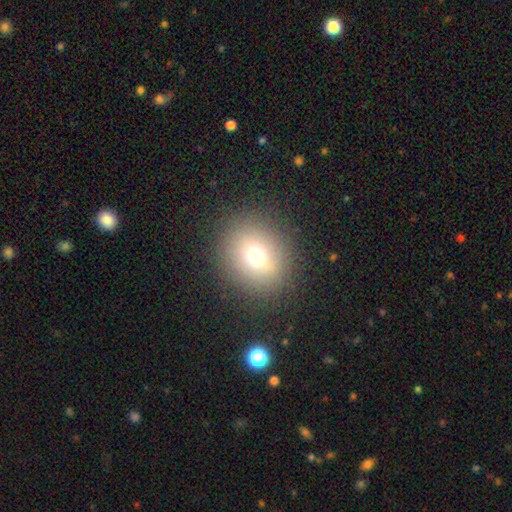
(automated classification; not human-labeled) The model was most divided on "smooth or featured": smooth: 70%, star or artifact: 16%, featured or disk: 14%. More confident: merging — none (87%); how rounded — round (77%).